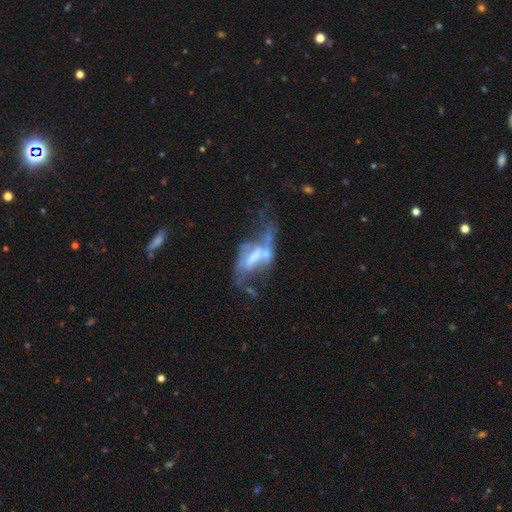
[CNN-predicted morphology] smooth_or_featured: featured or disk (p=0.68) [alt: smooth p=0.21]
disk_edge_on: no (p=0.89) [alt: yes p=0.11]
bar: no (p=0.39) [alt: weak p=0.31]
has_spiral_arms: no (p=0.58) [alt: yes p=0.42]
bulge_size: moderate (p=0.33) [alt: small p=0.28]
merging: merger (p=0.35) [alt: major disturbance p=0.34]